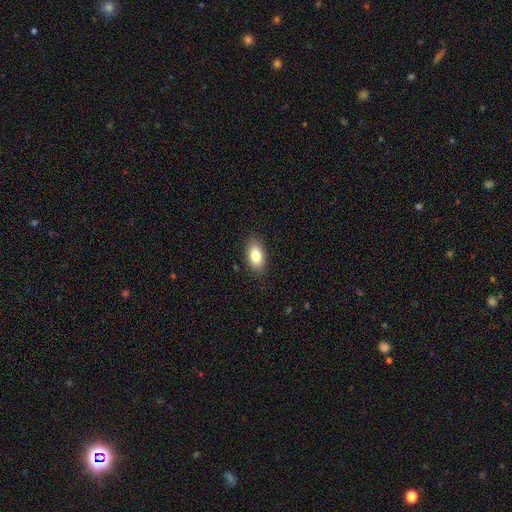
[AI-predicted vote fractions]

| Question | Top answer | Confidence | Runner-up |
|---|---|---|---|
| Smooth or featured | smooth | 83% | featured or disk (10%) |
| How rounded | in between | 90% | round (6%) |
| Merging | none | 87% | minor disturbance (10%) |